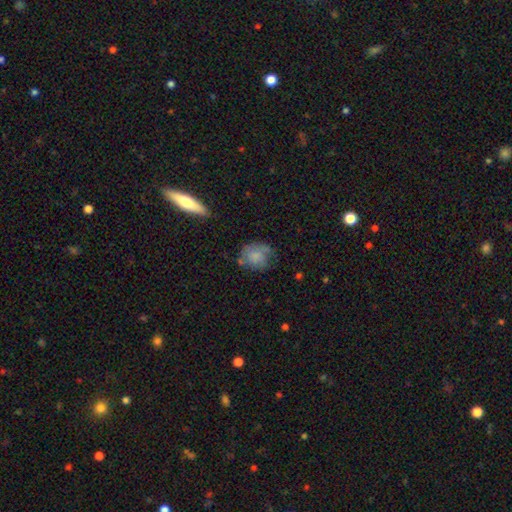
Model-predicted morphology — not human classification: The model was most divided on "merging": none: 45%, minor disturbance: 29%, major disturbance: 21%, merger: 6%. More confident: how rounded — round (61%); smooth or featured — smooth (60%).